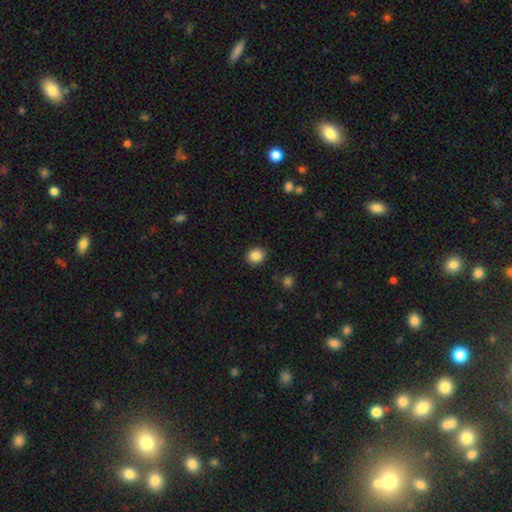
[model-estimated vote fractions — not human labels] Q: Smooth or featured?
A: smooth (86%); runner-up: star or artifact (9%)
Q: How rounded?
A: round (81%); runner-up: in between (18%)
Q: Merging?
A: none (90%); runner-up: minor disturbance (6%)